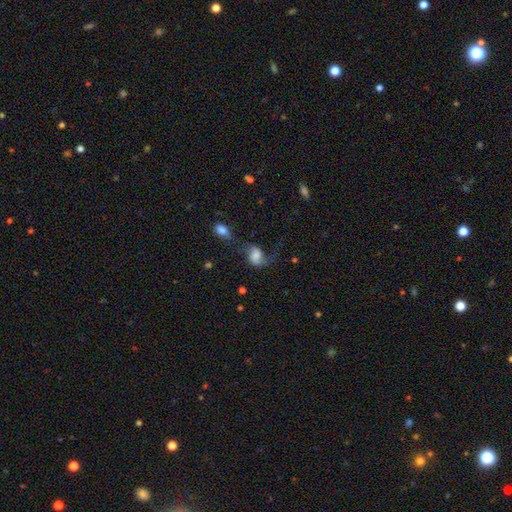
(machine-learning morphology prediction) Overall: smooth (51%; featured or disk 39%). How rounded: in between (60%; round 38%). Merging: major disturbance (38%; none 28%).